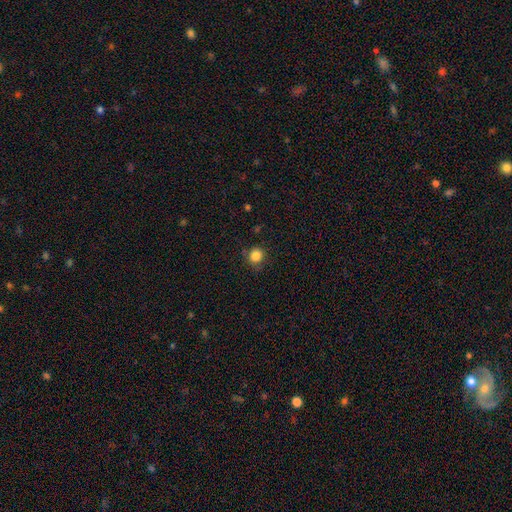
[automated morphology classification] Smooth or featured?
  - smooth: 85% *
  - star or artifact: 11%
  - featured or disk: 4%
How rounded?
  - round: 88% *
  - in between: 11%
  - cigar-shaped: 1%
Merging?
  - none: 80% *
  - minor disturbance: 14%
  - major disturbance: 4%
  - merger: 2%